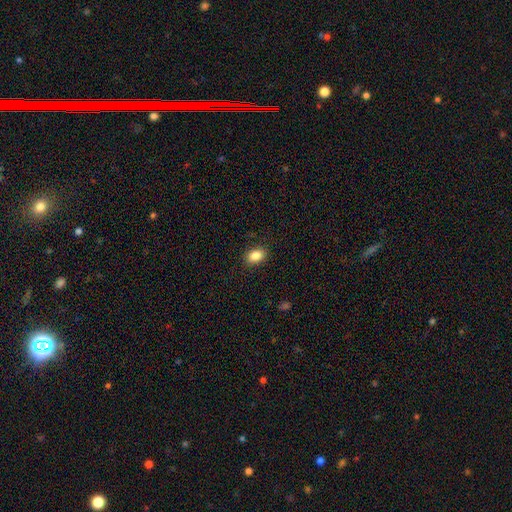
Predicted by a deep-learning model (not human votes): The model was most divided on "how rounded": in between: 78%, round: 21%, cigar-shaped: 1%. More confident: merging — none (88%); smooth or featured — smooth (86%).